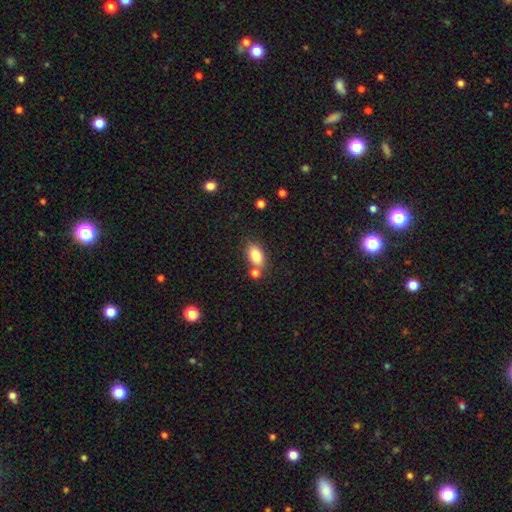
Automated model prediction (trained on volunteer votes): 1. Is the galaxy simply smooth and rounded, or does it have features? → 84% smooth, 8% star or artifact, 8% featured or disk.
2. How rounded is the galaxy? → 89% in between, 9% round, 3% cigar-shaped.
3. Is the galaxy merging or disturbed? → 64% none, 20% merger, 13% minor disturbance, 4% major disturbance.